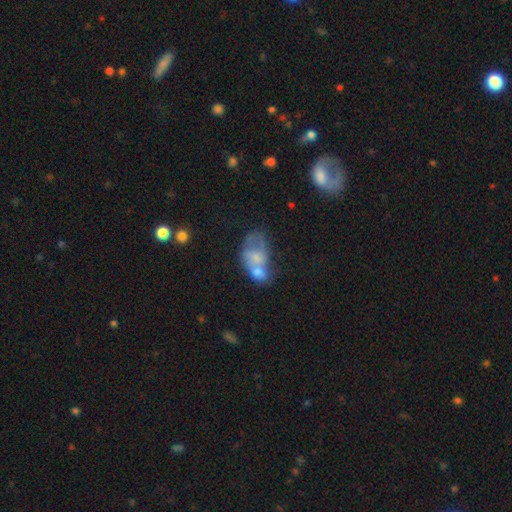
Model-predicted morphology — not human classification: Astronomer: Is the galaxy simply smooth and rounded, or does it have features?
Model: smooth — 52% (runner-up: featured or disk, 38%).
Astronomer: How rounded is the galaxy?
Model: in between — 86%.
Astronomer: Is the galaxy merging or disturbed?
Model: merger — 56%.